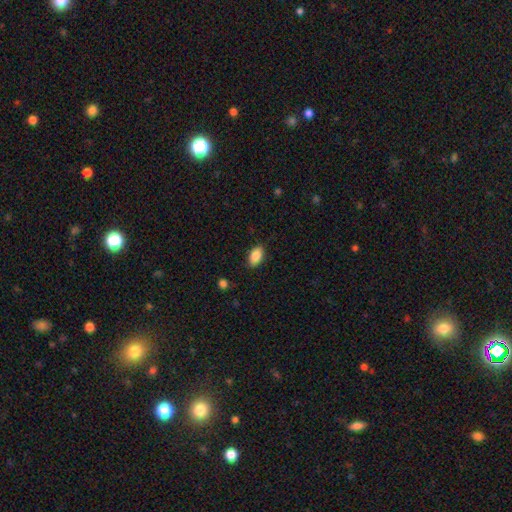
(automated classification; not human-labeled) The model was most divided on "merging": none: 87%, minor disturbance: 10%, major disturbance: 2%, merger: 1%. More confident: how rounded — in between (92%); smooth or featured — smooth (87%).